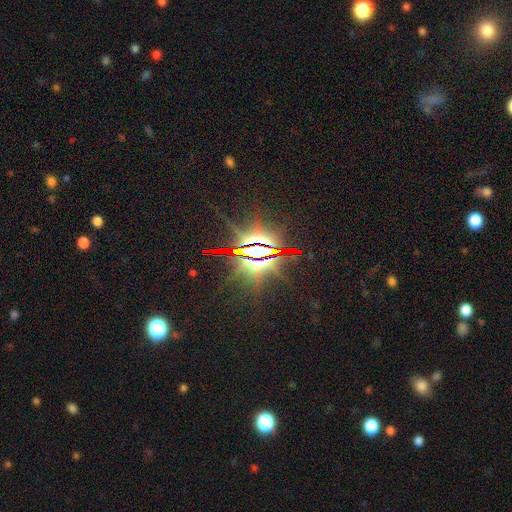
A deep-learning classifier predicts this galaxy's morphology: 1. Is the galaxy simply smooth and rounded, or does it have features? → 82% star or artifact, 12% featured or disk, 6% smooth.